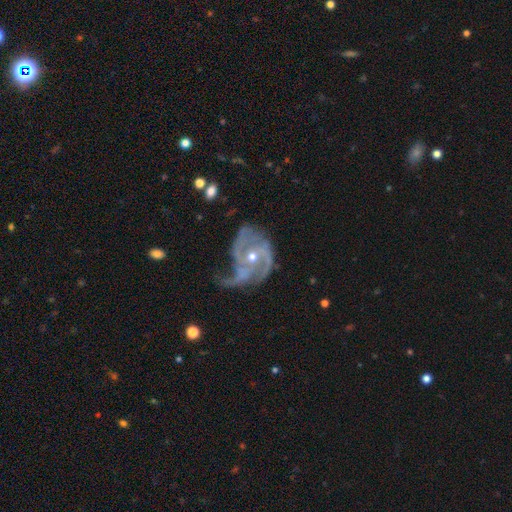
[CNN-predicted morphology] Smooth or featured?
  - featured or disk: 82% *
  - star or artifact: 10%
  - smooth: 8%
Edge-on disk?
  - no: 97% *
  - yes: 3%
Bar?
  - no: 57% *
  - weak: 30%
  - strong: 13%
Spiral arms?
  - yes: 90% *
  - no: 10%
Spiral winding?
  - medium: 41% *
  - tight: 35%
  - loose: 24%
Spiral arm count?
  - 2: 32% *
  - 3: 26%
  - can't tell: 19%
  - 1: 11%
  - 4: 7%
  - more than 4: 6%
Bulge size?
  - moderate: 51% *
  - small: 45%
  - large: 2%
  - none: 1%
  - dominant: 1%
Merging?
  - major disturbance: 34% * (tied)
  - none: 34% * (tied)
  - minor disturbance: 21%
  - merger: 11%